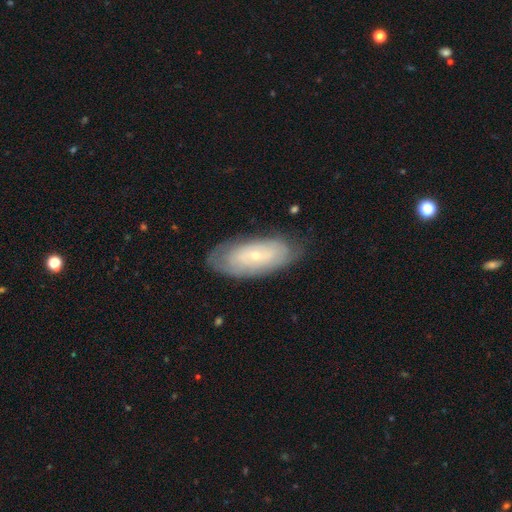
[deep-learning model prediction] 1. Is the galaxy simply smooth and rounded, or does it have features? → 58% featured or disk, 35% smooth, 7% star or artifact.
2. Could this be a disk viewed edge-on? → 87% no, 13% yes.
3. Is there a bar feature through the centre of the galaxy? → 72% no, 22% weak, 5% strong.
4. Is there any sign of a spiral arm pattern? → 69% yes, 31% no.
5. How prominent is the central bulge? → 75% small, 21% moderate, 2% none, 1% large, 1% dominant.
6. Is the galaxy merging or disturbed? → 74% none, 19% minor disturbance, 6% major disturbance, 1% merger.